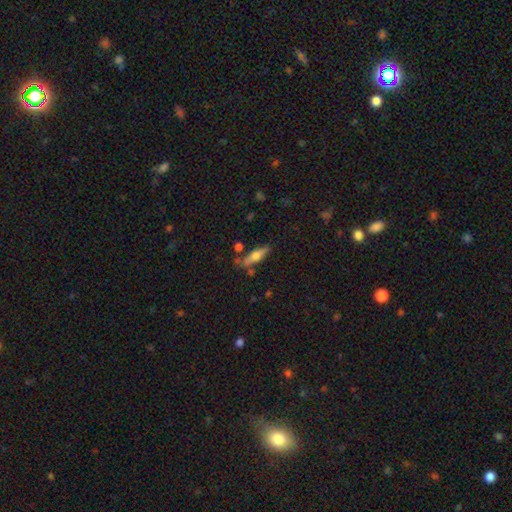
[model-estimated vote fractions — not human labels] Smooth or featured? Predicted: smooth (p=0.56). How rounded? Predicted: cigar-shaped (p=0.66). Merging? Predicted: none (p=0.72).